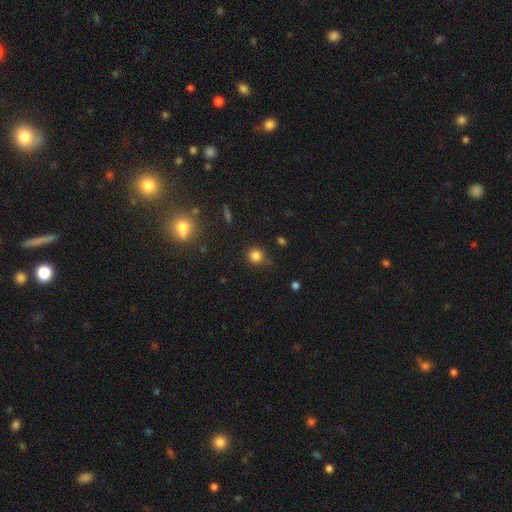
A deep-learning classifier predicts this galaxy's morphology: smooth 81%, star or artifact 14%, featured or disk 5%. Down the decision tree: how rounded — round (88%); merging — none (79%).